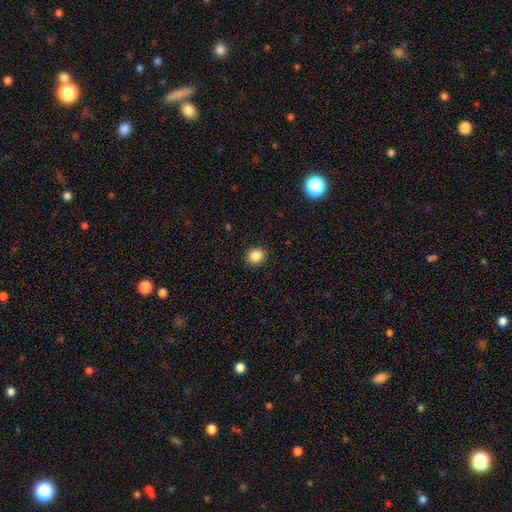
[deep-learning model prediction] smooth_or_featured: smooth (p=0.86) [alt: star or artifact p=0.10]
how_rounded: round (p=0.81) [alt: in between p=0.18]
merging: none (p=0.91) [alt: minor disturbance p=0.06]